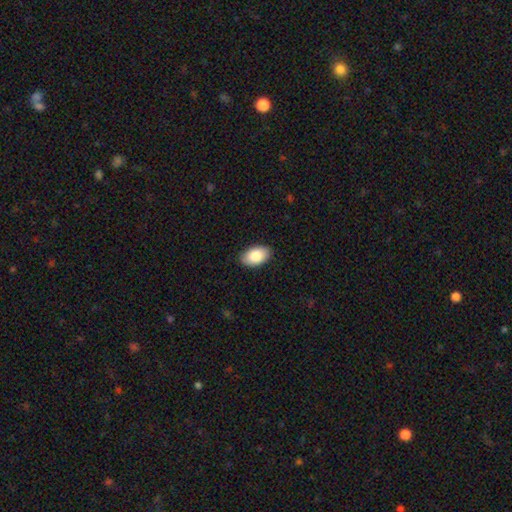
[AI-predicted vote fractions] The model was most divided on "smooth or featured": smooth: 86%, featured or disk: 8%, star or artifact: 6%. More confident: how rounded — in between (93%); merging — none (88%).